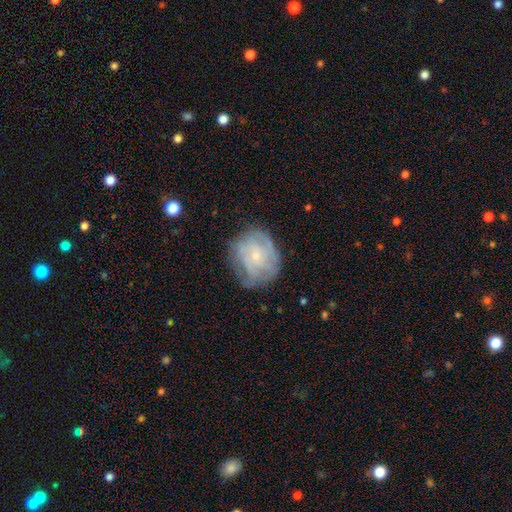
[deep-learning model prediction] smooth_or_featured: featured or disk (p=0.63) [alt: smooth p=0.29]
disk_edge_on: no (p=0.97) [alt: yes p=0.03]
bar: no (p=0.77) [alt: weak p=0.20]
has_spiral_arms: yes (p=0.77) [alt: no p=0.23]
bulge_size: small (p=0.75) [alt: moderate p=0.18]
merging: none (p=0.64) [alt: minor disturbance p=0.24]